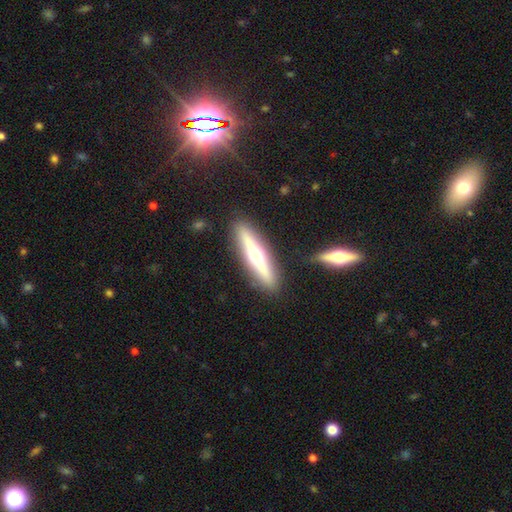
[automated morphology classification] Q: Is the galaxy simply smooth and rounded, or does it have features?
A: featured or disk — 69%.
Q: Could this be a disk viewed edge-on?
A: yes — 96%.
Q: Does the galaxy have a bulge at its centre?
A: rounded — 94%.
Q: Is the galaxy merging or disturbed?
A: none — 86%.